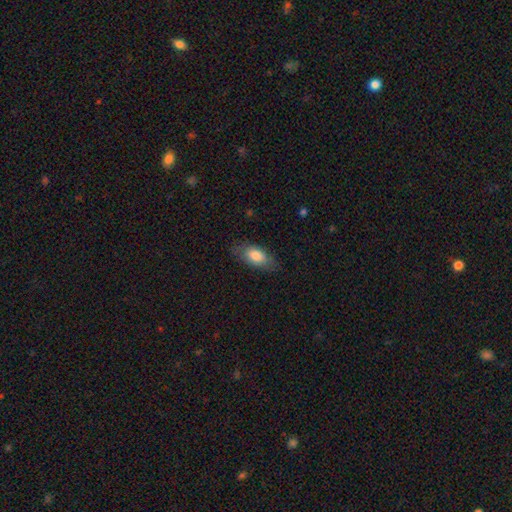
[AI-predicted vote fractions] This appears to be a smooth galaxy with no disk features (79%) that is in between round and cigar-shaped (87%). Merging: none (77%).